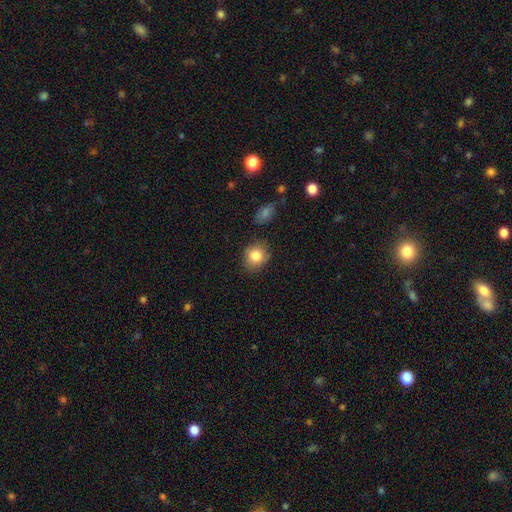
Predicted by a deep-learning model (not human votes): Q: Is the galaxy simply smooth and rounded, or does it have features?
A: smooth — 84%.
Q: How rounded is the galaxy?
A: round — 75%.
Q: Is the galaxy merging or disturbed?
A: none — 81%.